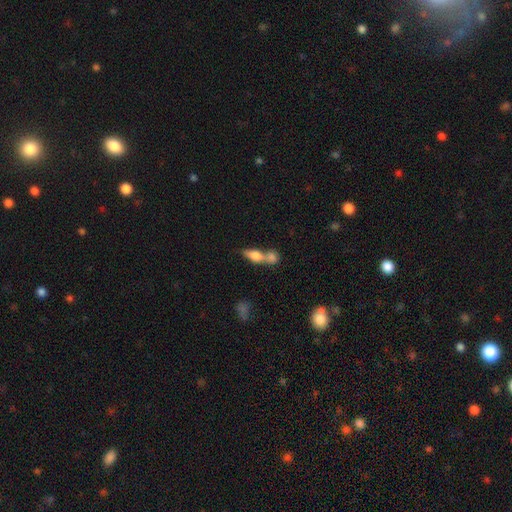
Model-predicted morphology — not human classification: Q: Smooth or featured?
A: smooth (68%); runner-up: featured or disk (24%)
Q: How rounded?
A: in between (64%); runner-up: cigar-shaped (26%)
Q: Merging?
A: merger (60%); runner-up: none (27%)